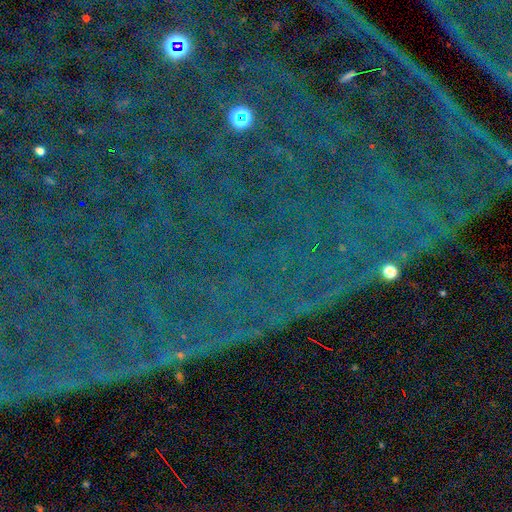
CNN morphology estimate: A star or artifact, not a galaxy (86%).